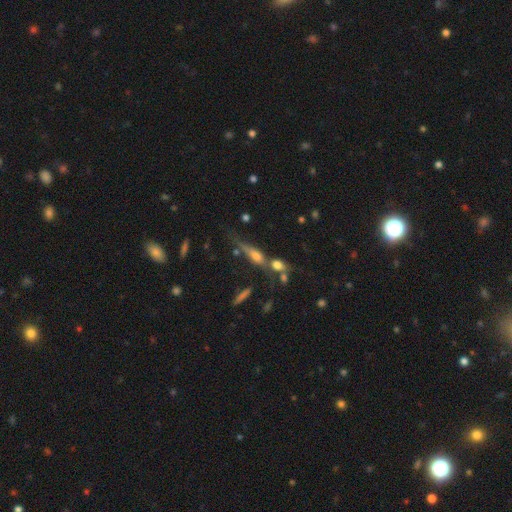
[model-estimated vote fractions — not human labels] Morphology: type=smooth (46%); merging=none (40%).